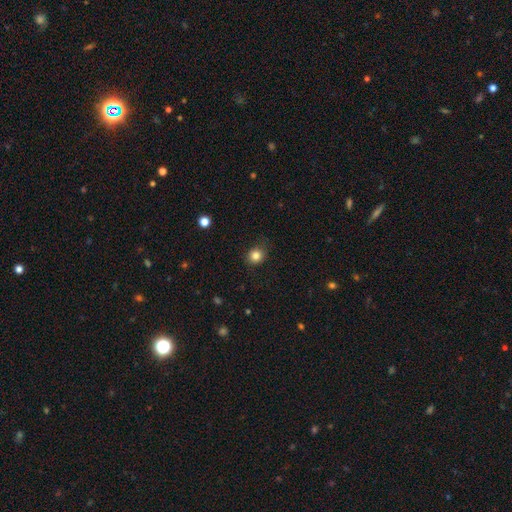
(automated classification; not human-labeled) Morphology: type=smooth (83%); roundness=round (77%); merging=none (83%).